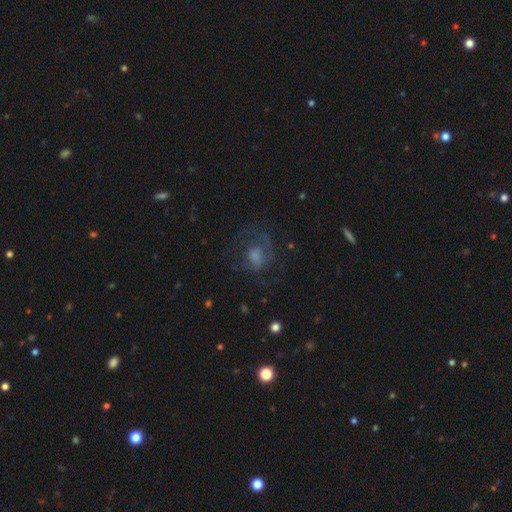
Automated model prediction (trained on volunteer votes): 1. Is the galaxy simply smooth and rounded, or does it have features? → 54% featured or disk, 28% smooth, 18% star or artifact.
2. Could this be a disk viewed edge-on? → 97% no, 3% yes.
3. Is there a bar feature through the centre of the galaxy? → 62% no, 32% weak, 6% strong.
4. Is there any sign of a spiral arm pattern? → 79% yes, 21% no.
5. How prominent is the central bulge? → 38% moderate, 22% small, 20% large, 17% none, 3% dominant.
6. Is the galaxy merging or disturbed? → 55% none, 25% major disturbance, 18% minor disturbance, 2% merger.